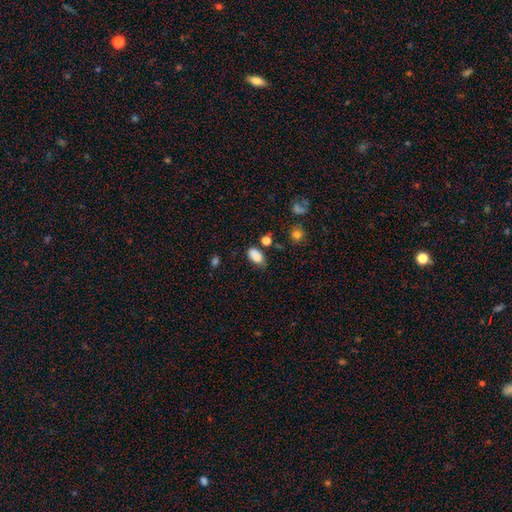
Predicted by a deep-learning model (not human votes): Overall: smooth (82%). How rounded: in between (90%). Merging: none (54%; minor disturbance 29%).